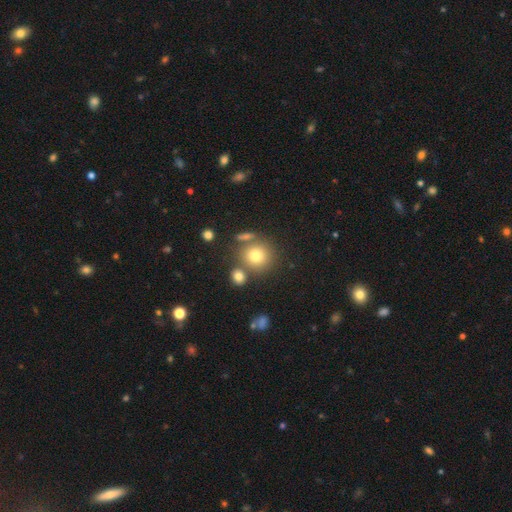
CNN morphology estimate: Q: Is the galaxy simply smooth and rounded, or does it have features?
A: smooth — 76%.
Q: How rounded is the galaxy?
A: round — 87%.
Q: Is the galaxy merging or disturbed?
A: none — 67%.